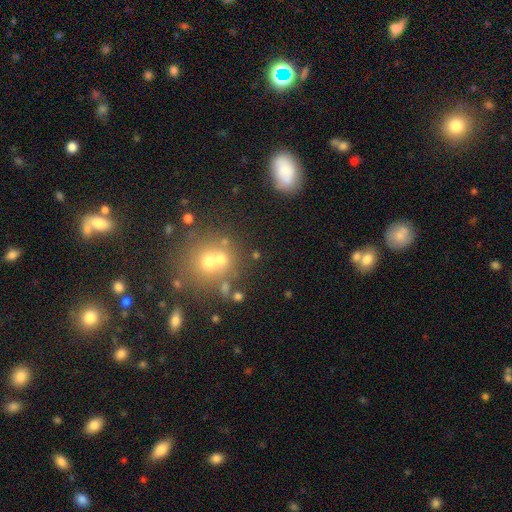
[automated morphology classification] Smooth or featured: smooth — 54% (star or artifact — 28%)
How rounded: round — 69% (in between — 29%)
Merging: none — 48% (merger — 37%)